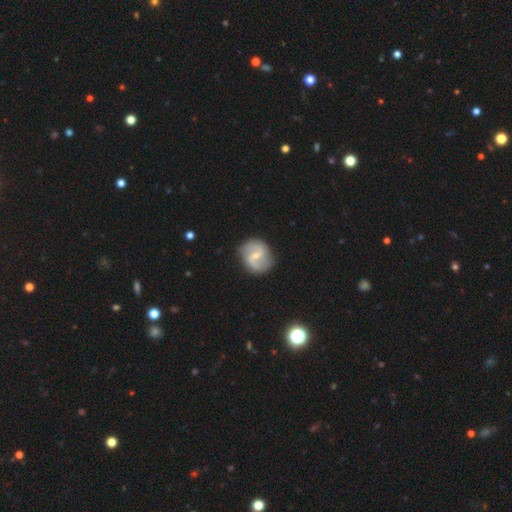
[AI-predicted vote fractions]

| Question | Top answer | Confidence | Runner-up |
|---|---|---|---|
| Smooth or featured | featured or disk | 82% | smooth (13%) |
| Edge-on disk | no | 98% | yes (2%) |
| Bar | weak | 55% | strong (24%) |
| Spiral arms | yes | 94% | no (6%) |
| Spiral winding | medium | 45% | loose (39%) |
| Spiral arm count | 2 | 92% | can't tell (3%) |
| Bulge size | small | 62% | moderate (32%) |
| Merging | none | 85% | minor disturbance (11%) |